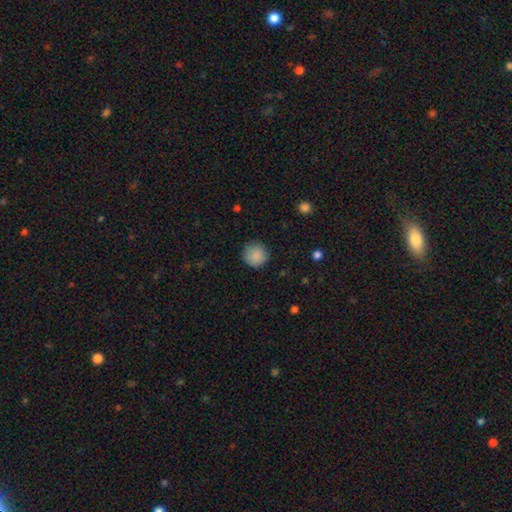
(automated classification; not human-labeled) Morphology: type=smooth (88%); roundness=round (94%); merging=none (86%).